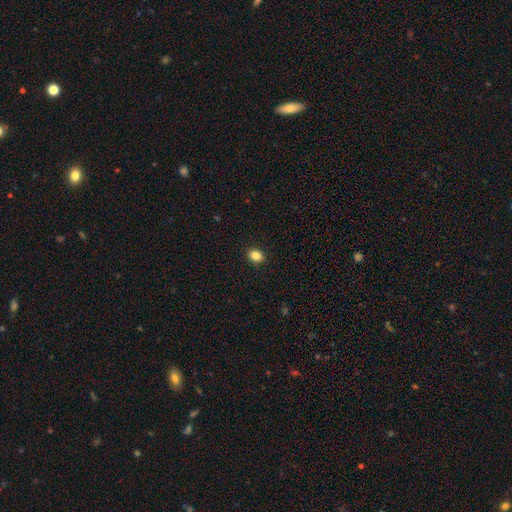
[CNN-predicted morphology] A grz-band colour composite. It shows a smooth galaxy with no disk features (85%) that is in between round and cigar-shaped (58%). Merging: none (91%).